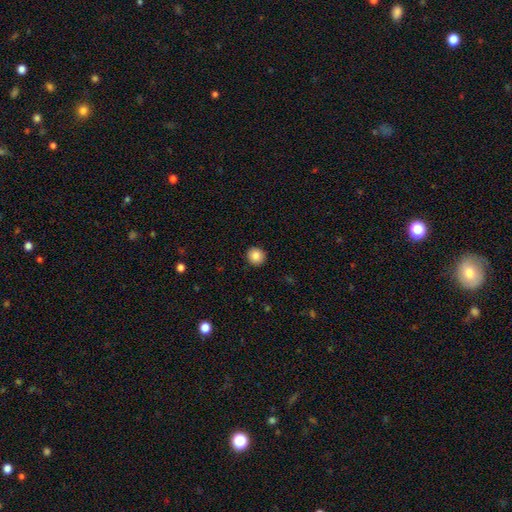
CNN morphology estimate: This is clearly a smooth galaxy (86%). How rounded: clearly round (93%). Merging: clearly none (93%).